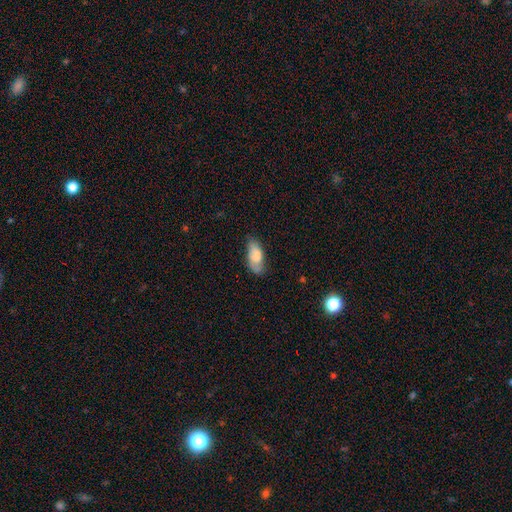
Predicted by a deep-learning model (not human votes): smooth 71%, featured or disk 22%, star or artifact 7%. Down the decision tree: how rounded — in between (86%); merging — none (61%).